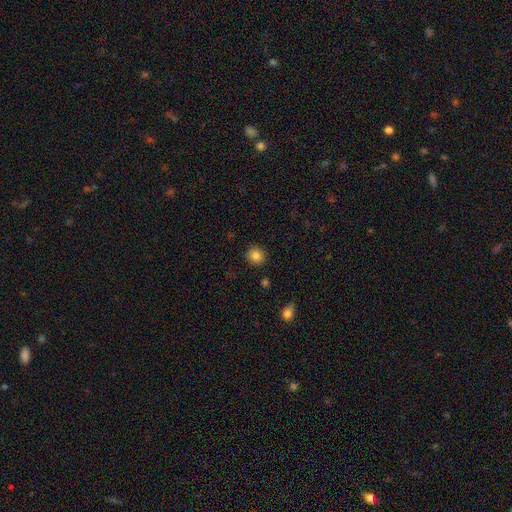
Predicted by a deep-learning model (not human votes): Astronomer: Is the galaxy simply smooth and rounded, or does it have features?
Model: smooth — 85%.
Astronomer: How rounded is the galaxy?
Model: round — 91%.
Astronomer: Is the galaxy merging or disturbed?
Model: none — 89%.